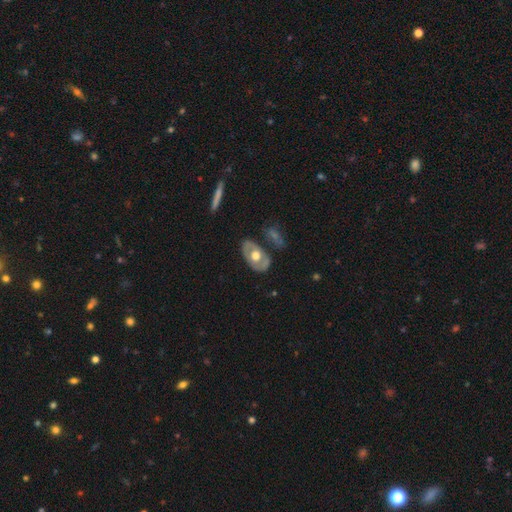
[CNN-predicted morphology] Overall: featured or disk (55%; smooth 40%). Edge-on disk: no (87%). Merging: none (71%).